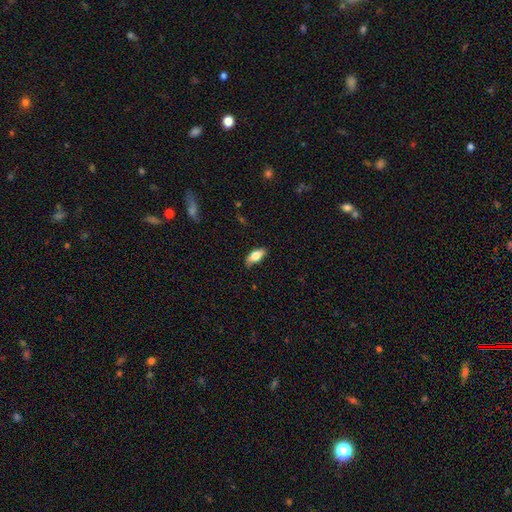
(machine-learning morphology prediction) smooth_or_featured: smooth (p=0.76) [alt: featured or disk p=0.17]
how_rounded: in between (p=0.84) [alt: cigar-shaped p=0.13]
merging: none (p=0.78) [alt: minor disturbance p=0.18]